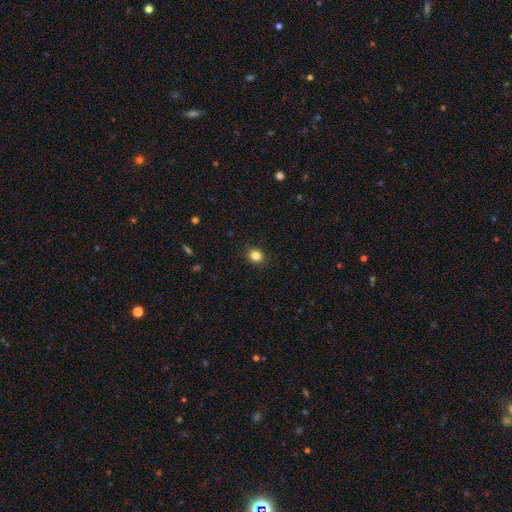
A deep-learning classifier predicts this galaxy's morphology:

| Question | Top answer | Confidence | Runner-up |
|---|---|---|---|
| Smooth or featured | smooth | 83% | star or artifact (12%) |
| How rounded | round | 82% | in between (17%) |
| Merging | none | 91% | minor disturbance (6%) |